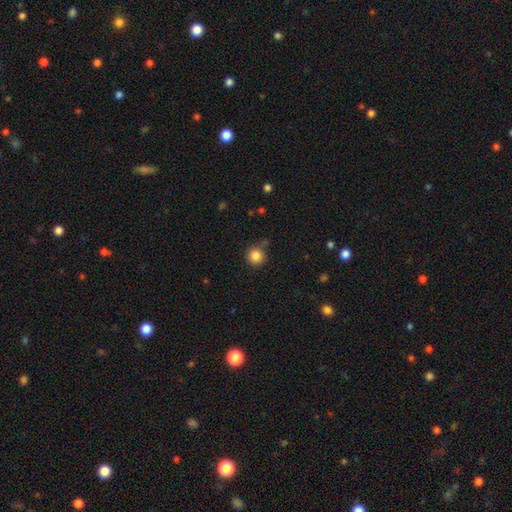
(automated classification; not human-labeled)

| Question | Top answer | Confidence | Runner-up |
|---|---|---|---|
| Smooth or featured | smooth | 85% | star or artifact (11%) |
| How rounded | round | 93% | in between (6%) |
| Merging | none | 82% | minor disturbance (11%) |